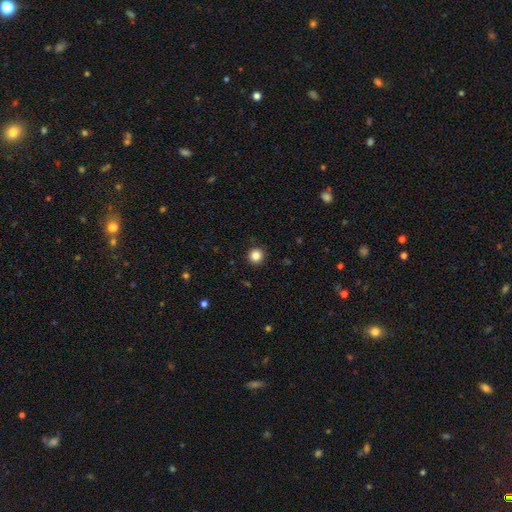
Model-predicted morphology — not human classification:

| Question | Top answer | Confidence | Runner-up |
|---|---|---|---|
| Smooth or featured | smooth | 85% | star or artifact (11%) |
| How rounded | round | 95% | in between (4%) |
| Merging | none | 93% | minor disturbance (5%) |